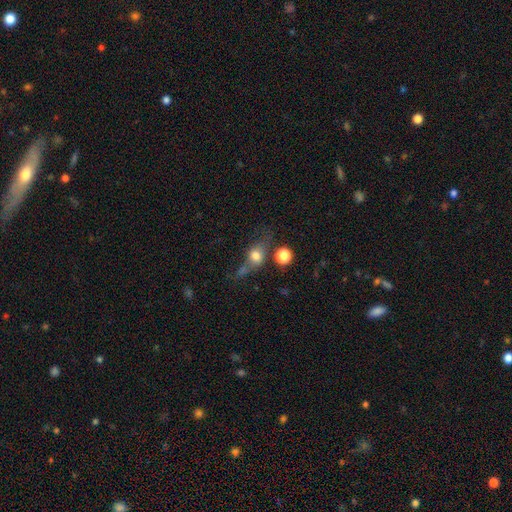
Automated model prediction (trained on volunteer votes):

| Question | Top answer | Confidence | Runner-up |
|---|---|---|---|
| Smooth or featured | smooth | 65% | featured or disk (21%) |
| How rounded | round | 51% | in between (43%) |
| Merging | none | 43% | minor disturbance (20%) |